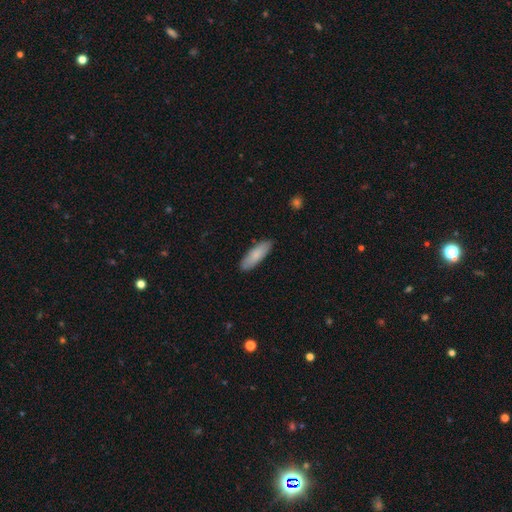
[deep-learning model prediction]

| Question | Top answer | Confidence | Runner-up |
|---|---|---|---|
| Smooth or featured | smooth | 84% | featured or disk (11%) |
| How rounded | cigar-shaped | 49% | tied: in between (49%) |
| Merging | none | 88% | minor disturbance (10%) |